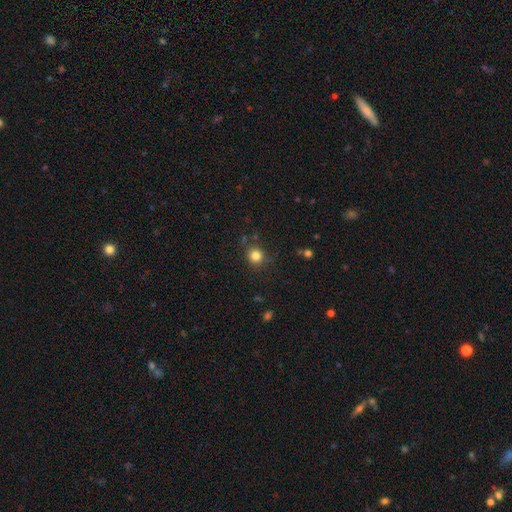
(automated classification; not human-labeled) Smooth or featured?
  - smooth: 82% *
  - star or artifact: 13%
  - featured or disk: 5%
How rounded?
  - round: 89% *
  - in between: 10%
  - cigar-shaped: 1%
Merging?
  - none: 83% *
  - minor disturbance: 11%
  - major disturbance: 3%
  - merger: 3%